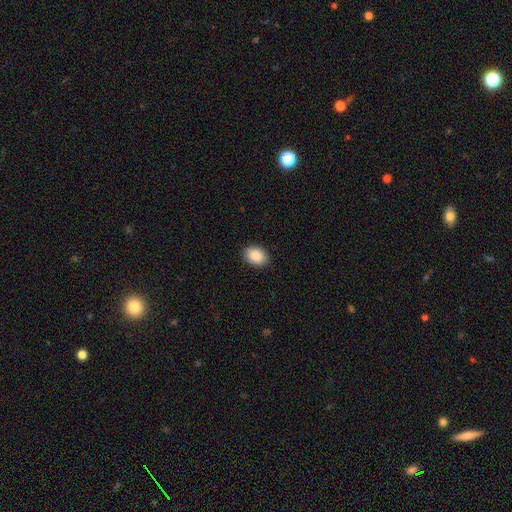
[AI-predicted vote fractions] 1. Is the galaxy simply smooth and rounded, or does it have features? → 89% smooth, 7% star or artifact, 4% featured or disk.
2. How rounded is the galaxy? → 79% in between, 20% round, 1% cigar-shaped.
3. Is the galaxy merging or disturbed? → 90% none, 8% minor disturbance, 2% major disturbance, 1% merger.